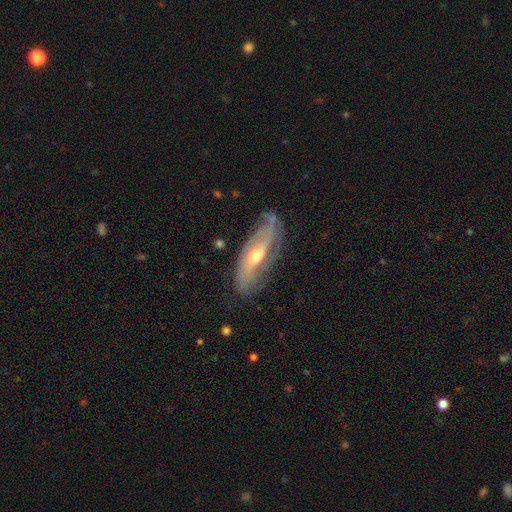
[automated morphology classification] Smooth or featured?
  - featured or disk: 70% *
  - smooth: 21%
  - star or artifact: 9%
Edge-on disk?
  - no: 72% *
  - yes: 28%
Bar?
  - no: 51% *
  - weak: 32%
  - strong: 18%
Spiral arms?
  - yes: 75% *
  - no: 25%
Bulge size?
  - moderate: 58% *
  - small: 37%
  - large: 3%
  - none: 1%
  - dominant: 1%
Merging?
  - none: 83% *
  - minor disturbance: 13%
  - major disturbance: 3%
  - merger: 1%